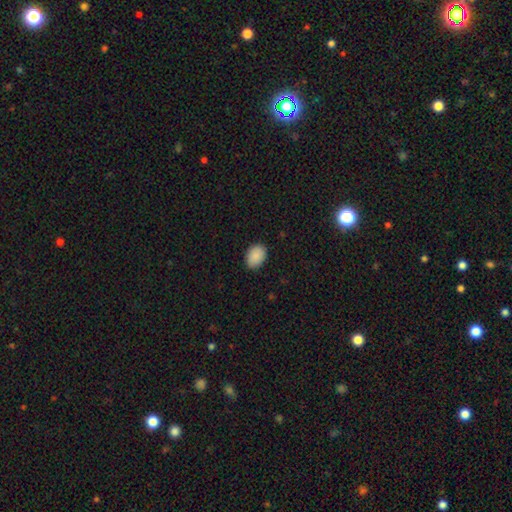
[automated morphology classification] Smooth or featured?
  - smooth: 90% *
  - star or artifact: 7%
  - featured or disk: 3%
How rounded?
  - in between: 79% *
  - round: 20%
  - cigar-shaped: 1%
Merging?
  - none: 86% *
  - minor disturbance: 11%
  - major disturbance: 2%
  - merger: 1%